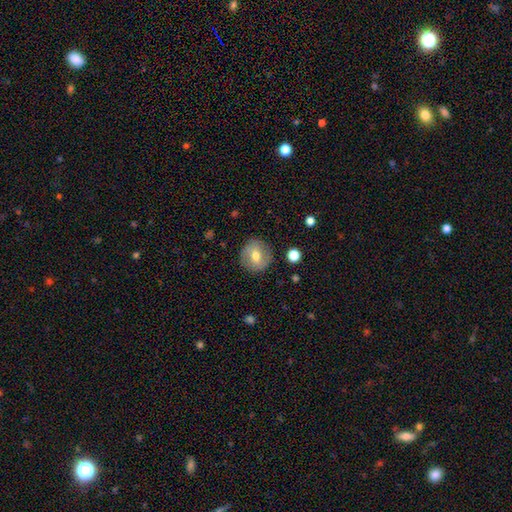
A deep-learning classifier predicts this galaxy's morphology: type=smooth (63%); roundness=round (90%); merging=none (87%).